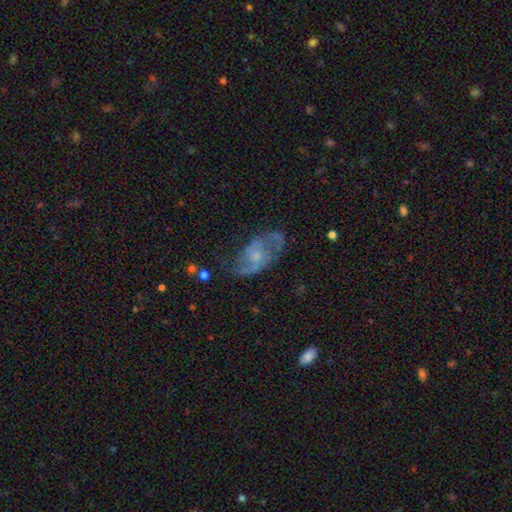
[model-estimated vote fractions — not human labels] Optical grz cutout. It shows a featured or disk galaxy (68%) with no bar (70%), spiral arms (74%) and a small central bulge (49%). Merging: none (51%).